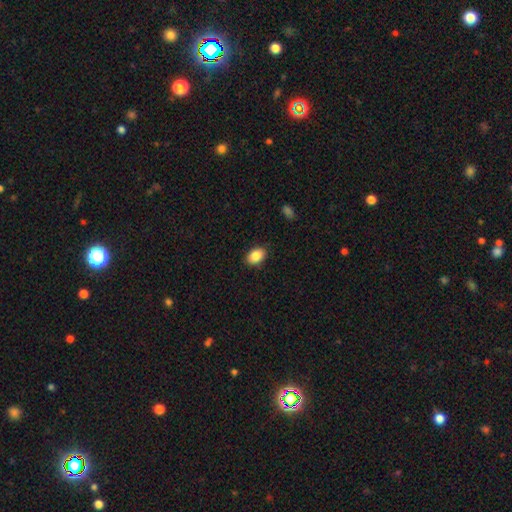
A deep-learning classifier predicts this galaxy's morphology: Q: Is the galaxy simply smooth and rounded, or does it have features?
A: smooth — 87%.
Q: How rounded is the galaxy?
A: in between — 84%.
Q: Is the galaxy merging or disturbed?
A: none — 88%.